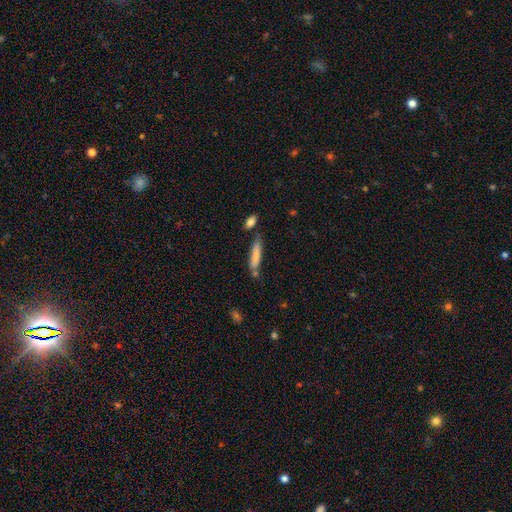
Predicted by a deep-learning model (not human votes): Q: Smooth or featured?
A: smooth (78%); runner-up: featured or disk (15%)
Q: How rounded?
A: cigar-shaped (85%); runner-up: in between (13%)
Q: Merging?
A: none (64%); runner-up: minor disturbance (20%)